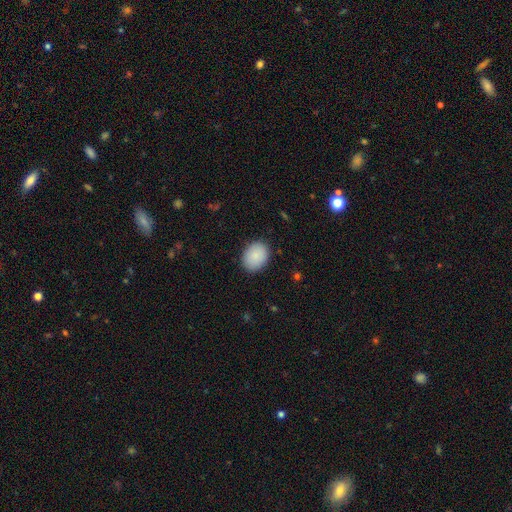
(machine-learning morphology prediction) This is clearly a smooth galaxy (89%). How rounded: likely in between (62%). Merging: clearly none (87%).